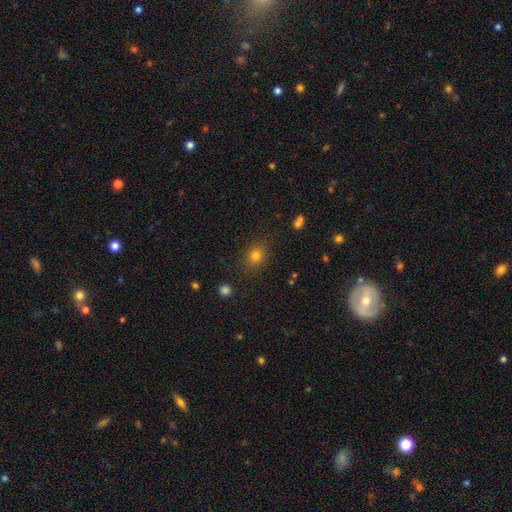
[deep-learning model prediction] This appears to be a smooth galaxy with no disk features (78%) that is round (65%). Merging: none (84%).